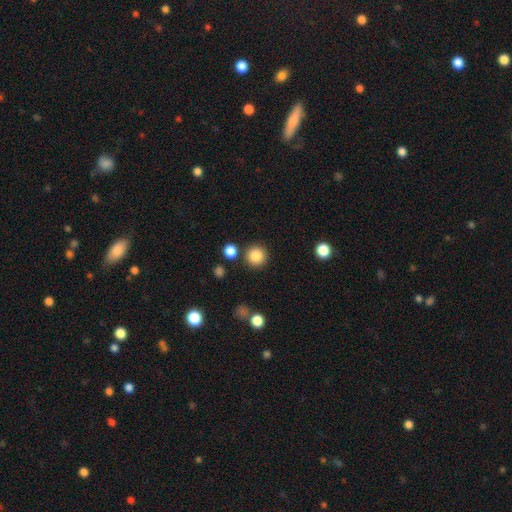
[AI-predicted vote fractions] Smooth or featured?
  - smooth: 86% *
  - star or artifact: 10%
  - featured or disk: 4%
How rounded?
  - round: 95% *
  - in between: 4%
  - cigar-shaped: 1%
Merging?
  - none: 87% *
  - minor disturbance: 6%
  - merger: 4%
  - major disturbance: 3%